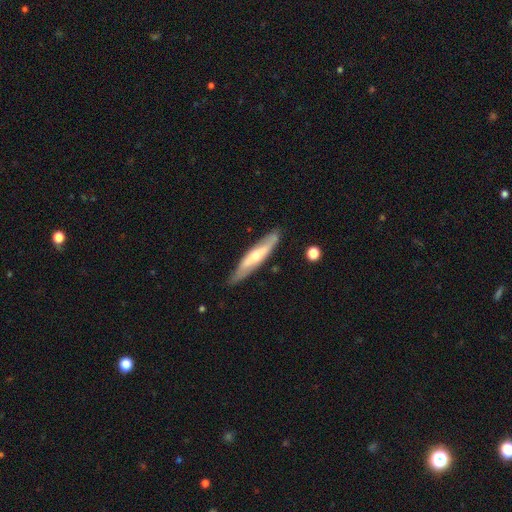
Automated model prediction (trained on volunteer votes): featured or disk 59%, smooth 36%, star or artifact 5%. Down the decision tree: edge-on disk — yes (68%); merging — none (81%).